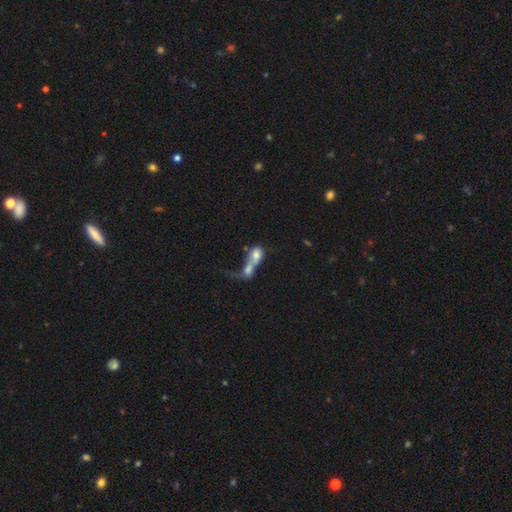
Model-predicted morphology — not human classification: smooth_or_featured: smooth (p=0.64) [alt: featured or disk p=0.26]
how_rounded: in between (p=0.59) [alt: round p=0.34]
merging: merger (p=0.76) [alt: major disturbance p=0.11]